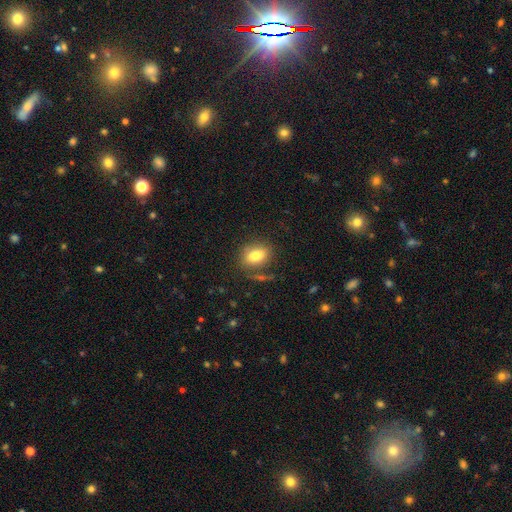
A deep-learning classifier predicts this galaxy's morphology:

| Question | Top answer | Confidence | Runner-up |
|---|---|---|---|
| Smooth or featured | smooth | 79% | featured or disk (12%) |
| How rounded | in between | 73% | round (24%) |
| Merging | none | 74% | minor disturbance (15%) |